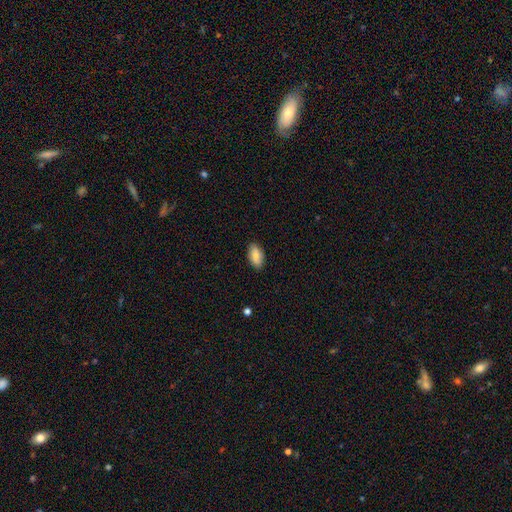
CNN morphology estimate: This is likely a smooth galaxy (79%). How rounded: clearly in between (93%). Merging: clearly none (87%).